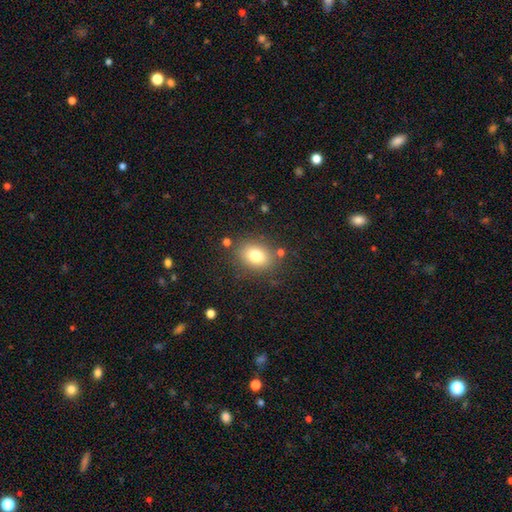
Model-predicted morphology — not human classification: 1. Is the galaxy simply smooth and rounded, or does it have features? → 78% smooth, 11% star or artifact, 11% featured or disk.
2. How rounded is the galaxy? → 56% in between, 43% round, 1% cigar-shaped.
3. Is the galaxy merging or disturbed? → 81% none, 11% minor disturbance, 4% major disturbance, 4% merger.